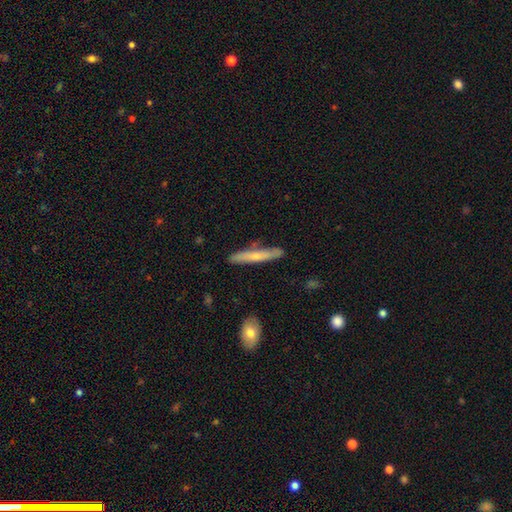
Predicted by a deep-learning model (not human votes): smooth_or_featured: smooth (p=0.55) [alt: featured or disk p=0.39]
how_rounded: cigar-shaped (p=0.93) [alt: in between p=0.05]
merging: none (p=0.83) [alt: minor disturbance p=0.12]